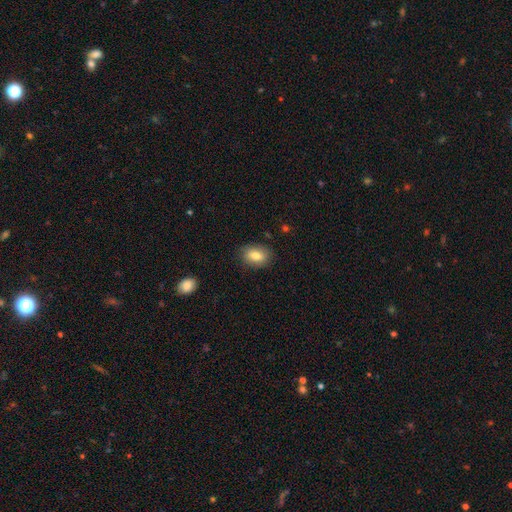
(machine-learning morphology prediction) A smooth galaxy with no disk features (82%) that is in between round and cigar-shaped (80%). Merging: none (84%).